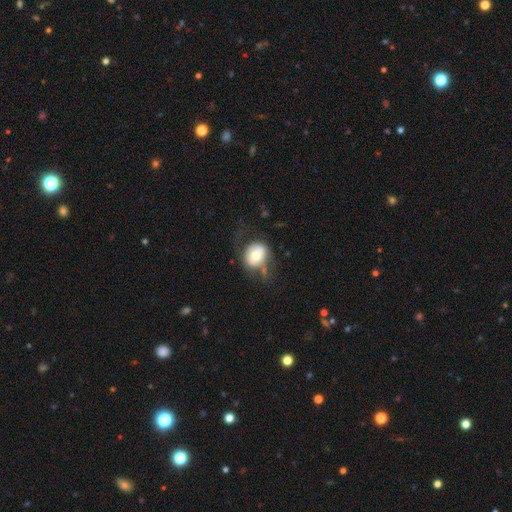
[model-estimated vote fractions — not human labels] smooth_or_featured: smooth (p=0.56) [alt: featured or disk p=0.36]
how_rounded: round (p=0.70) [alt: in between p=0.29]
merging: none (p=0.51) [alt: major disturbance p=0.23]